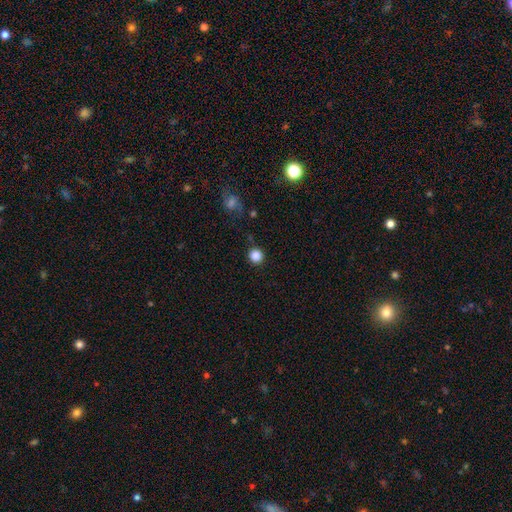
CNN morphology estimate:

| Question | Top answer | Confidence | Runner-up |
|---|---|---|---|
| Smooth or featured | smooth | 86% | star or artifact (11%) |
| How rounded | round | 94% | in between (5%) |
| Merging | none | 88% | minor disturbance (7%) |